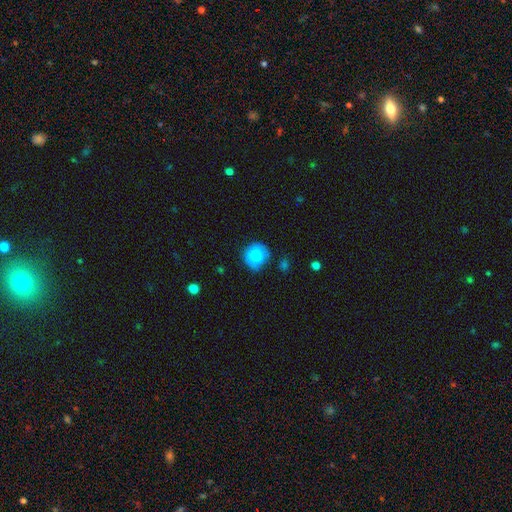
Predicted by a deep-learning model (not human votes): Morphology: type=smooth (83%); roundness=round (81%); merging=none (64%).